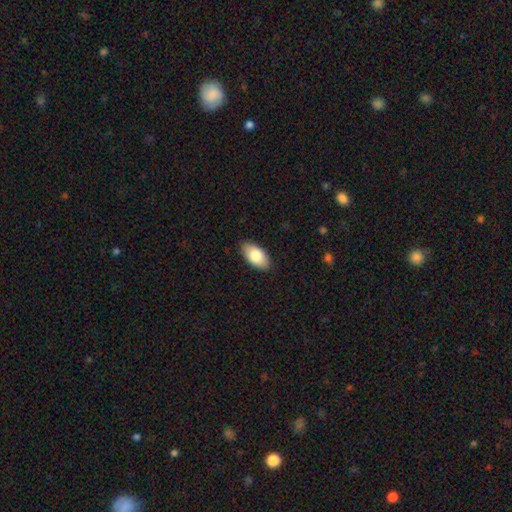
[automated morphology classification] smooth-or-featured: smooth: 82% | featured or disk: 12% | star or artifact: 6%
  how-rounded: in between: 95% | round: 3% | cigar-shaped: 2%
  merging: none: 88% | minor disturbance: 9% | major disturbance: 2% | merger: 1%